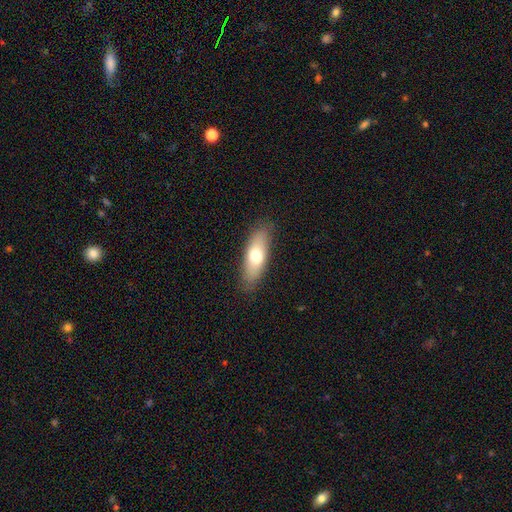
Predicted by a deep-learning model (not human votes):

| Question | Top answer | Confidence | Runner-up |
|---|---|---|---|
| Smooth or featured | smooth | 69% | featured or disk (25%) |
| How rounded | in between | 63% | cigar-shaped (34%) |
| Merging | none | 85% | minor disturbance (11%) |